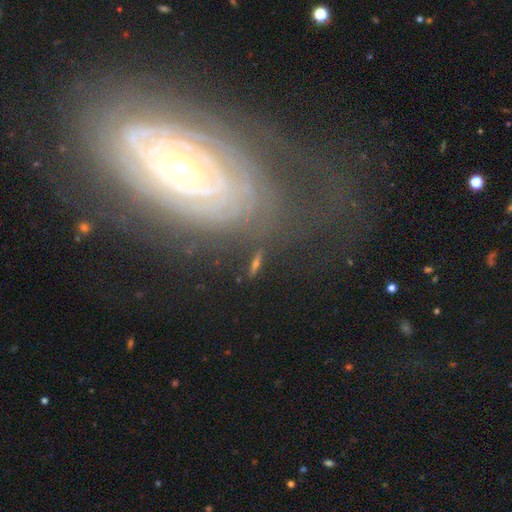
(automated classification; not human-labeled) Morphology: type=featured or disk (83%); edge-on=no (93%); bar=no (60%); spiral arms=yes (92%); winding=tight (85%); arm count=can't tell (41%); bulge=moderate (48%); merging=none (71%).